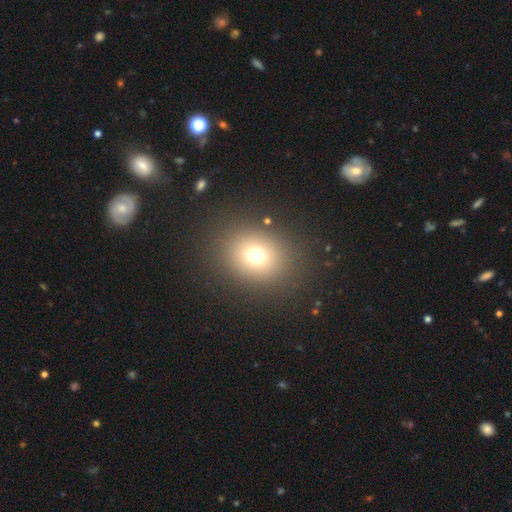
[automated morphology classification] A smooth galaxy with no disk features (70%) that is round (67%). Merging: none (86%).